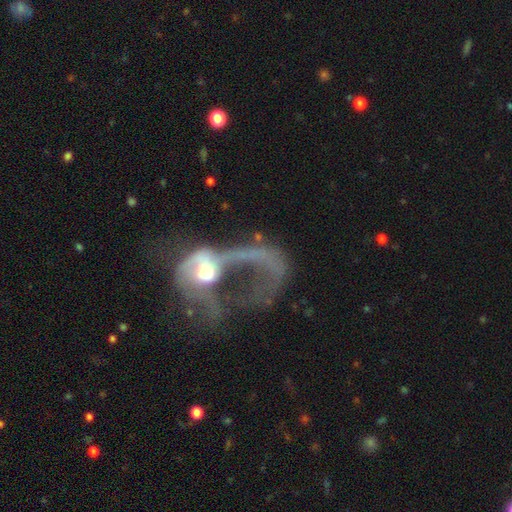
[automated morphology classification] The model was most divided on "spiral arms": no: 63%, yes: 37%. More confident: edge-on disk — no (93%); bar — no (79%); merging — major disturbance (72%); smooth or featured — featured or disk (61%); bulge size — moderate (58%).